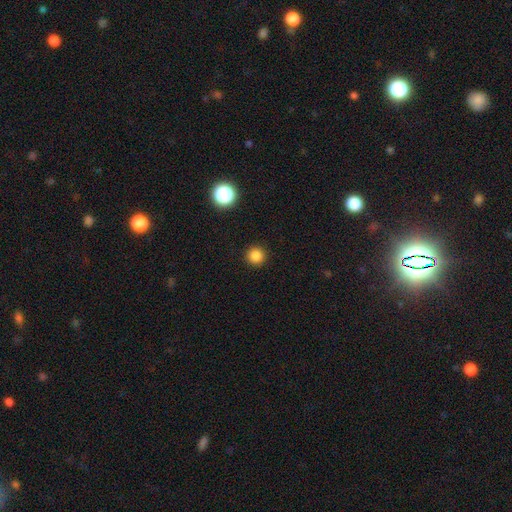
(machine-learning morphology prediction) A smooth galaxy with no disk features (84%) that is round (95%). Merging: none (92%).